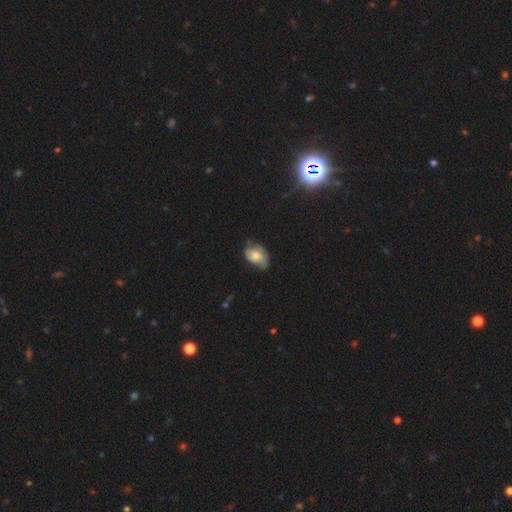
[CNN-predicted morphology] This appears to be a smooth galaxy with no disk features (58%) that is in between round and cigar-shaped (76%). Merging: none (43%).